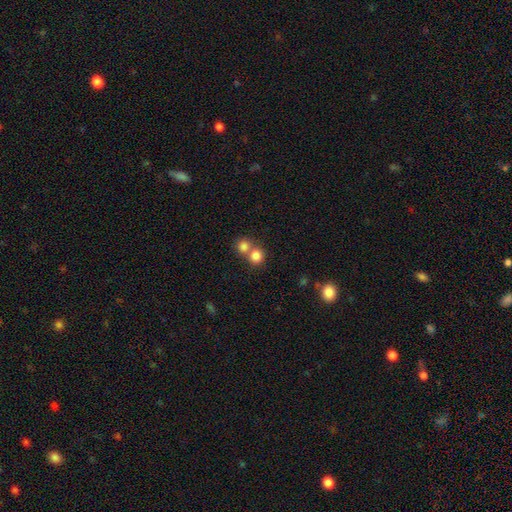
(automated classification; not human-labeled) Smooth or featured? Predicted: smooth (p=0.82). How rounded? Predicted: round (p=0.88). Merging? Predicted: merger (p=0.48).